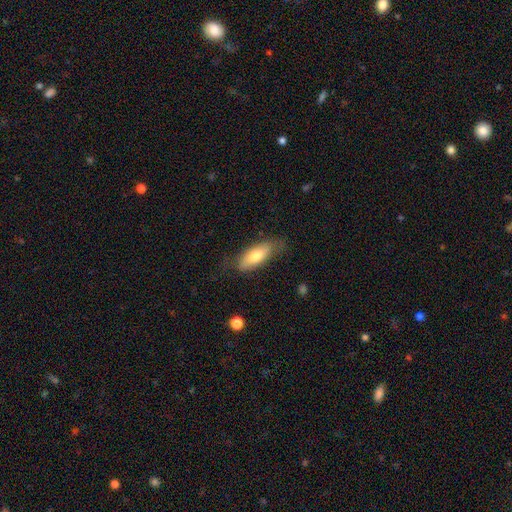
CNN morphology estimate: smooth-or-featured: smooth: 71% | featured or disk: 23% | star or artifact: 6%
  how-rounded: in between: 71% | cigar-shaped: 26% | round: 2%
  merging: none: 72% | minor disturbance: 20% | major disturbance: 6% | merger: 1%